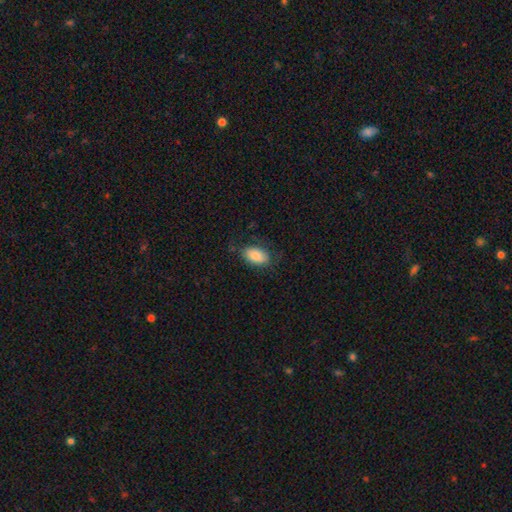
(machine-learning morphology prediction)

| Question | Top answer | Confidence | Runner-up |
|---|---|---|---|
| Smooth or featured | smooth | 85% | featured or disk (8%) |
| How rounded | in between | 93% | round (5%) |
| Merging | none | 75% | minor disturbance (18%) |